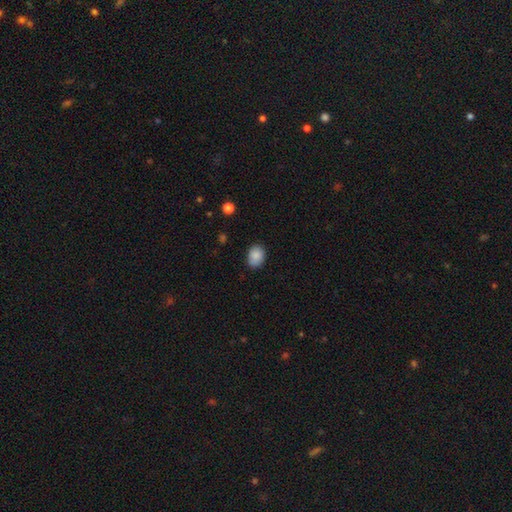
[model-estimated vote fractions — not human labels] smooth 87%, star or artifact 8%, featured or disk 5%. Down the decision tree: how rounded — in between (68%); merging — none (81%).